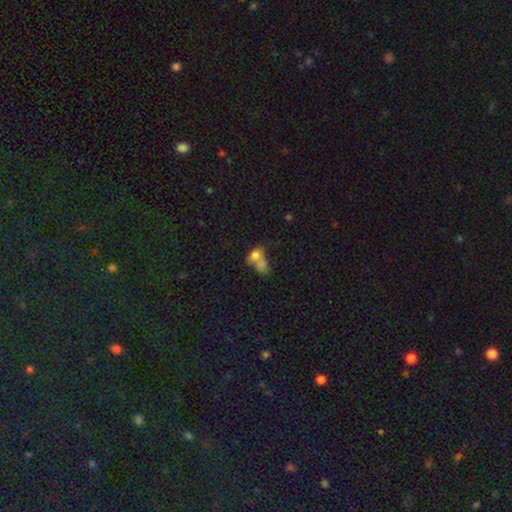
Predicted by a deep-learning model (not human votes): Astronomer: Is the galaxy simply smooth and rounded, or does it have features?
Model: smooth — 66%.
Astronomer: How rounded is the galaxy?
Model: in between — 56% (runner-up: round, 41%).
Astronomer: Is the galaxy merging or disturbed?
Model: merger — 66%.